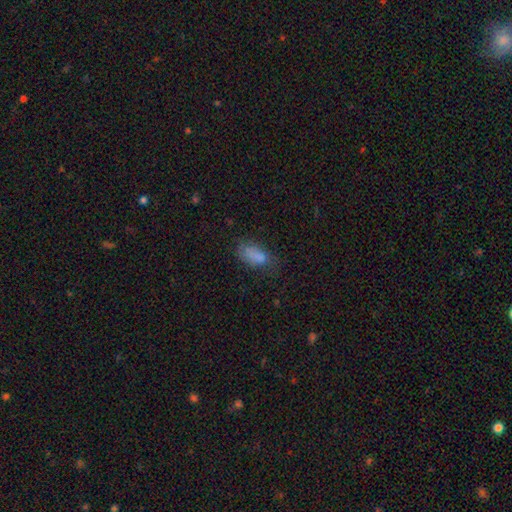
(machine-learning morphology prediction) smooth_or_featured: smooth (p=0.78) [alt: star or artifact p=0.12]
how_rounded: in between (p=0.89) [alt: cigar-shaped p=0.06]
merging: none (p=0.50) [alt: minor disturbance p=0.29]